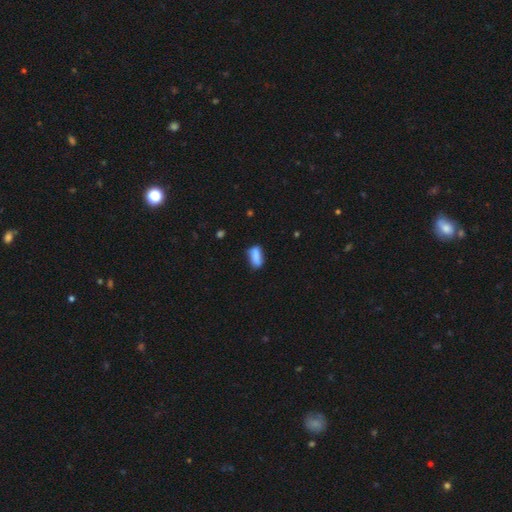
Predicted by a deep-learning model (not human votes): Smooth or featured? Predicted: smooth (p=0.81). How rounded? Predicted: in between (p=0.77). Merging? Predicted: none (p=0.58).